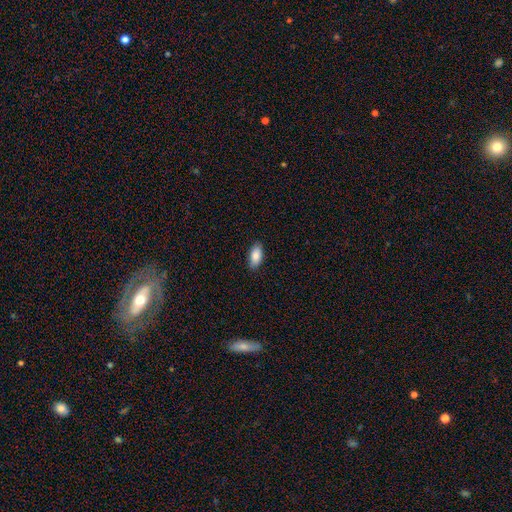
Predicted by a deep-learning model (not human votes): Smooth or featured? Predicted: smooth (p=0.86). How rounded? Predicted: in between (p=0.91). Merging? Predicted: none (p=0.87).